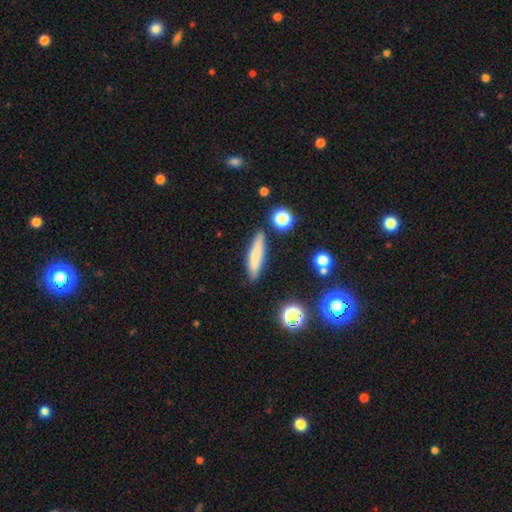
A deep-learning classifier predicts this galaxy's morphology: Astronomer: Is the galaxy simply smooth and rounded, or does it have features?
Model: smooth — 77%.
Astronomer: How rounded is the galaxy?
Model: cigar-shaped — 79%.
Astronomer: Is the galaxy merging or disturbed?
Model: none — 84%.